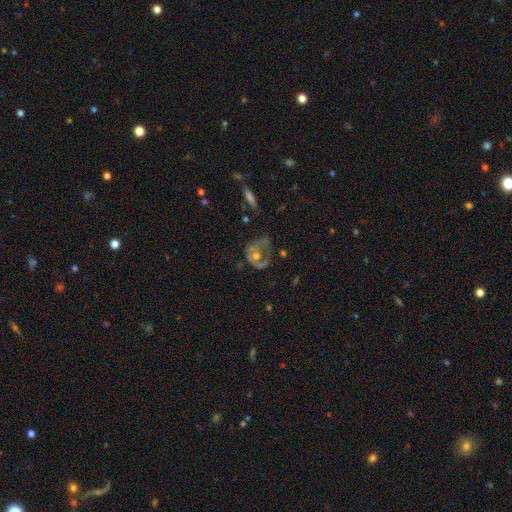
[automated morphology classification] smooth_or_featured: featured or disk (p=0.55) [alt: smooth p=0.35]
disk_edge_on: no (p=0.95) [alt: yes p=0.05]
bar: no (p=0.87) [alt: weak p=0.10]
has_spiral_arms: no (p=0.75) [alt: yes p=0.25]
bulge_size: moderate (p=0.63) [alt: small p=0.23]
merging: major disturbance (p=0.44) [alt: none p=0.29]